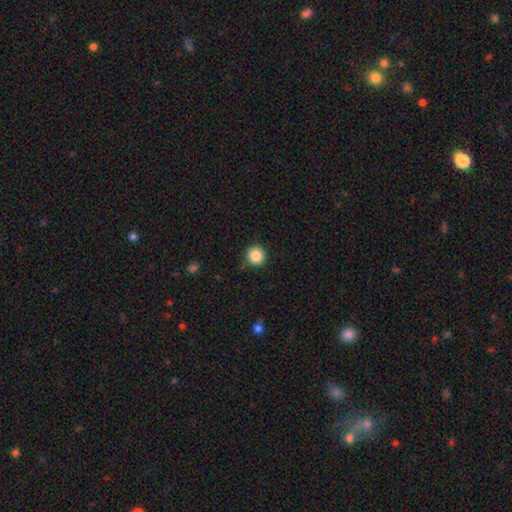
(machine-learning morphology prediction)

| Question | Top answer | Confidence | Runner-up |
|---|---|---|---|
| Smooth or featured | smooth | 85% | star or artifact (10%) |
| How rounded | round | 94% | in between (5%) |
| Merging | none | 83% | minor disturbance (12%) |